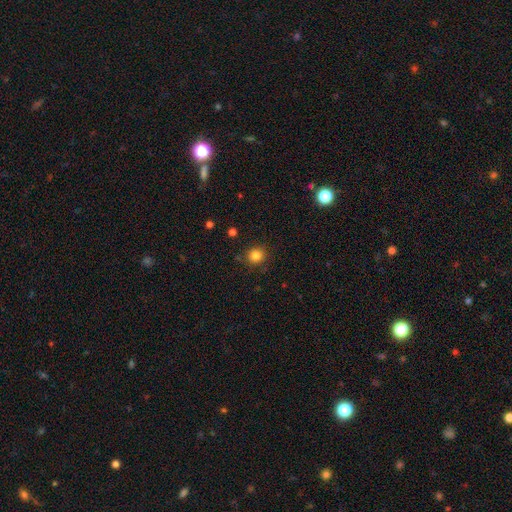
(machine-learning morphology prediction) Smooth or featured? Predicted: smooth (p=0.83). How rounded? Predicted: round (p=0.90). Merging? Predicted: none (p=0.87).